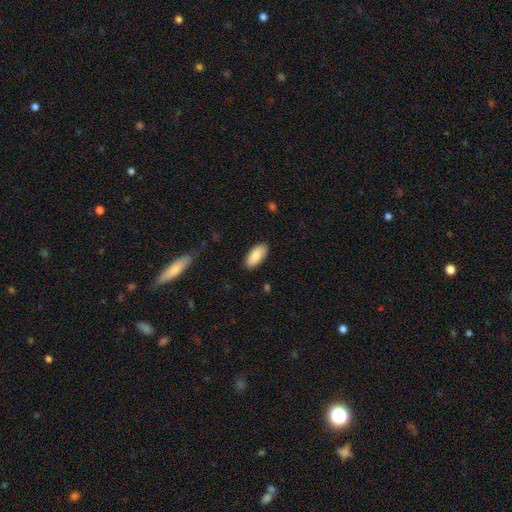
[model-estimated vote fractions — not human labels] A smooth galaxy with no disk features (85%) that is in between round and cigar-shaped (91%). Merging: none (87%).